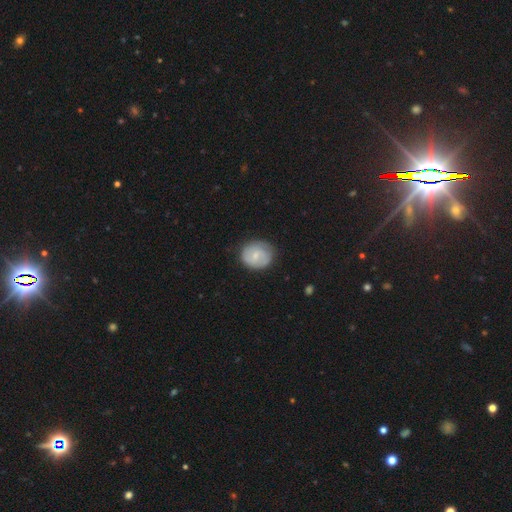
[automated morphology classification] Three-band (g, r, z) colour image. It shows a smooth galaxy with no disk features (52%) that is round (73%). Merging: none (77%).